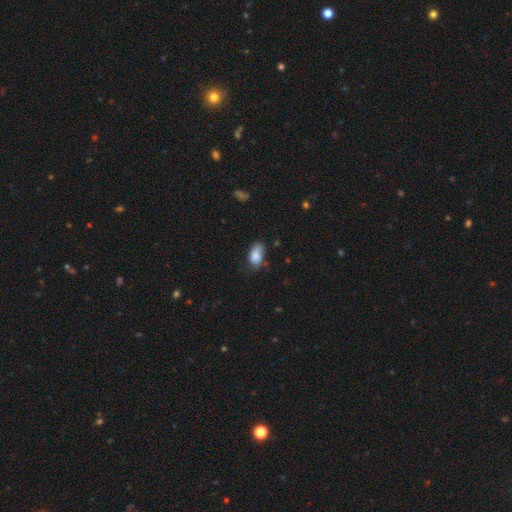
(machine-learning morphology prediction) smooth_or_featured: smooth (p=0.81) [alt: featured or disk p=0.11]
how_rounded: in between (p=0.91) [alt: round p=0.07]
merging: none (p=0.50) [alt: minor disturbance p=0.35]